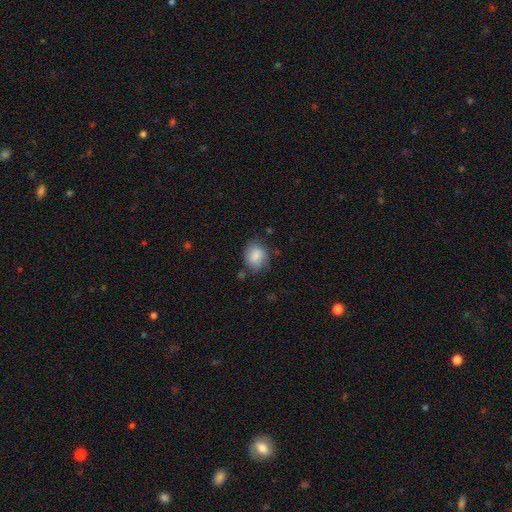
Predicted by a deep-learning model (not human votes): smooth 82%, featured or disk 10%, star or artifact 8%. Down the decision tree: how rounded — in between (50%); merging — none (65%).